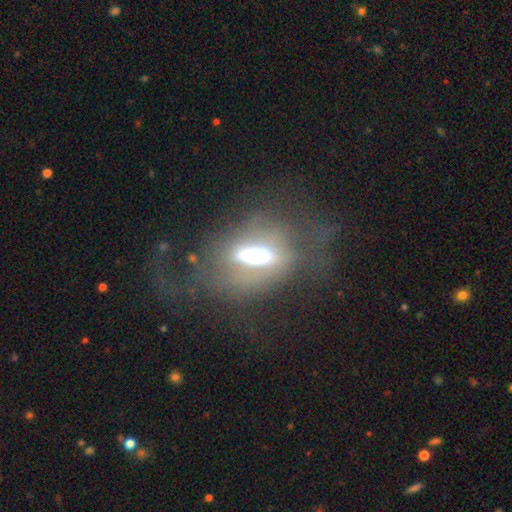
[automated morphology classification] smooth_or_featured: featured or disk (p=0.57) [alt: smooth p=0.29]
disk_edge_on: no (p=0.68) [alt: yes p=0.32]
merging: none (p=0.38) [alt: major disturbance p=0.37]